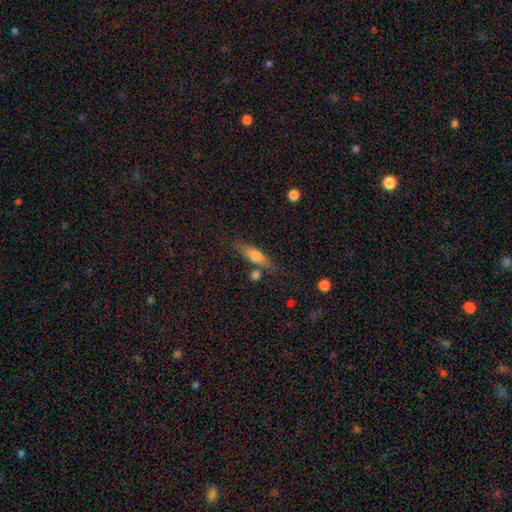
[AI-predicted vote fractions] Smooth or featured? Predicted: smooth (p=0.56). How rounded? Predicted: cigar-shaped (p=0.68). Merging? Predicted: none (p=0.74).